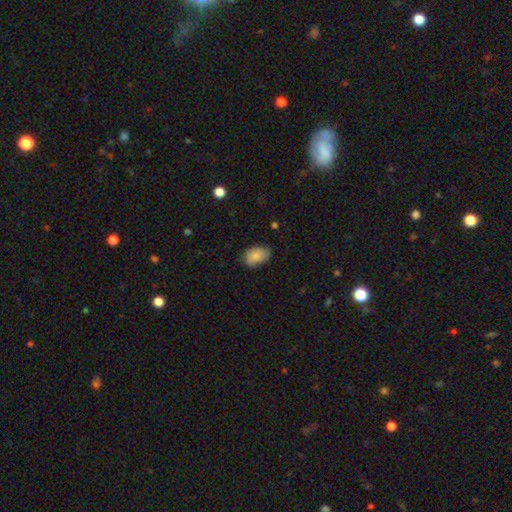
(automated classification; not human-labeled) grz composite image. It shows a smooth galaxy with no disk features (83%) that is in between round and cigar-shaped (88%). Merging: none (73%).